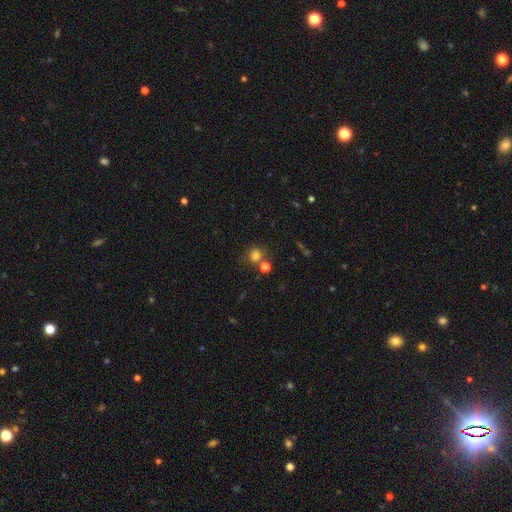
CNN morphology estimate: Smooth or featured: smooth — 76% (star or artifact — 16%)
How rounded: round — 74% (in between — 25%)
Merging: none — 58% (merger — 20%)